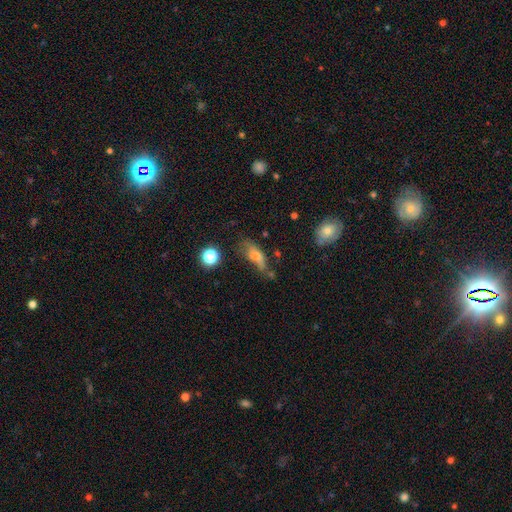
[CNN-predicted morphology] type=smooth (62%); roundness=in between (66%); merging=none (34%).